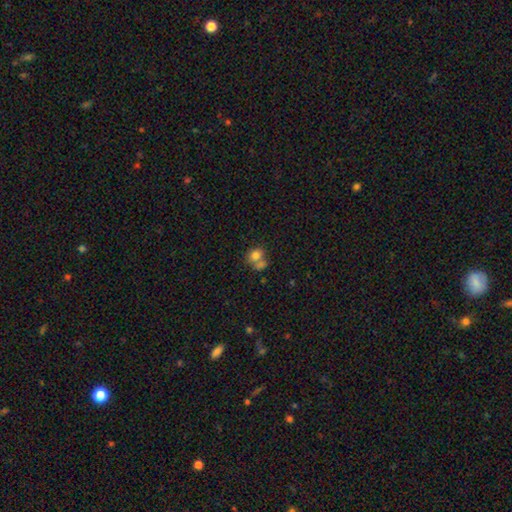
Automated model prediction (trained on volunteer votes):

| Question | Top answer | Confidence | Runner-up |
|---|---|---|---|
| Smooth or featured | smooth | 76% | featured or disk (13%) |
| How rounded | round | 59% | in between (40%) |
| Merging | merger | 48% | none (36%) |